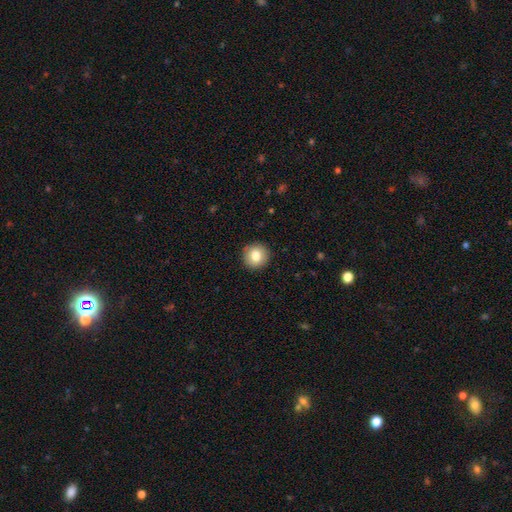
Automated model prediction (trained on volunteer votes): This appears to be a smooth galaxy with no disk features (82%) that is round (93%). Merging: none (92%).